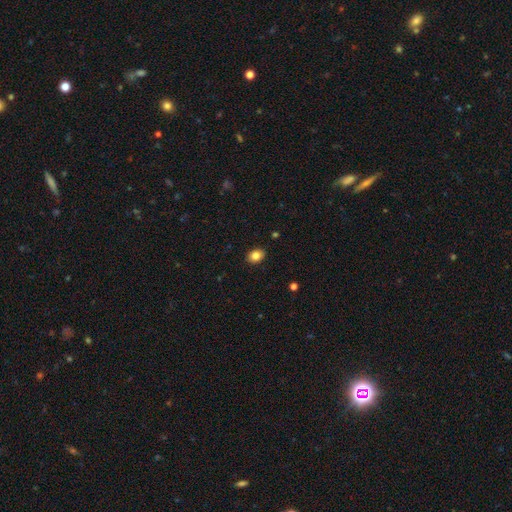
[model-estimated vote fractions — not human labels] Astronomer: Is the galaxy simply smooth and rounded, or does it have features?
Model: smooth — 84%.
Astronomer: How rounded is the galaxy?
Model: in between — 68%.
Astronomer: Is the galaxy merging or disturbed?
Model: none — 89%.